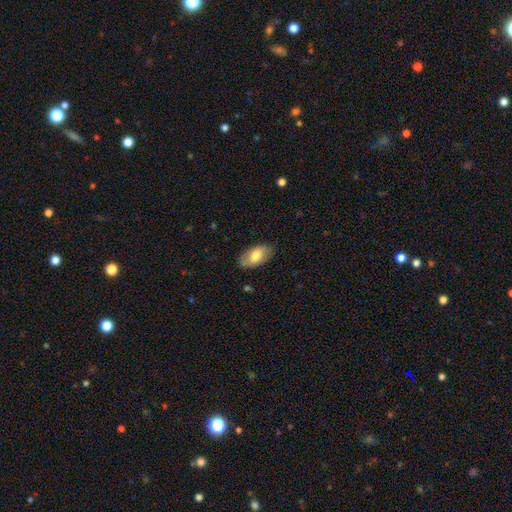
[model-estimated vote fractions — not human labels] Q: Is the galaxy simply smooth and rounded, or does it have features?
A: smooth — 71%.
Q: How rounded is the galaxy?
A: in between — 94%.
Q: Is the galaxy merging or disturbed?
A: none — 81%.